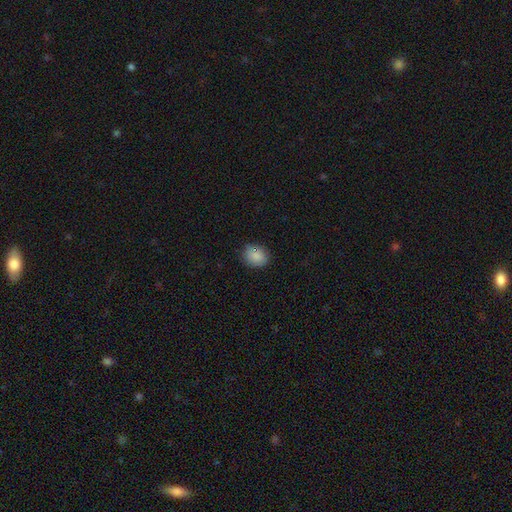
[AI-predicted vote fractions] This appears to be a smooth galaxy with no disk features (87%) that is round (52%). Merging: none (80%).